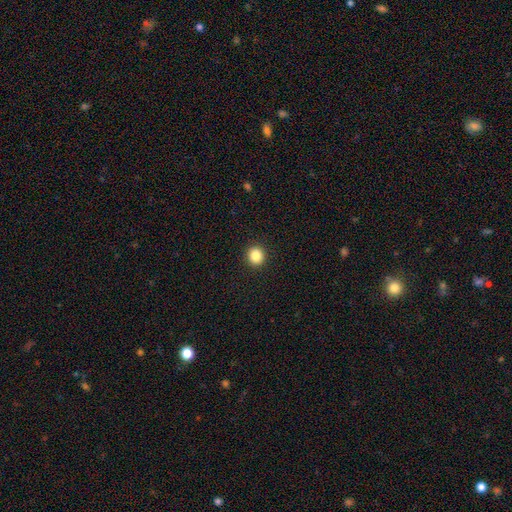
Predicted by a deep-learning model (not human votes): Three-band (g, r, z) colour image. It shows a smooth galaxy with no disk features (84%) that is round (90%). Merging: none (93%).